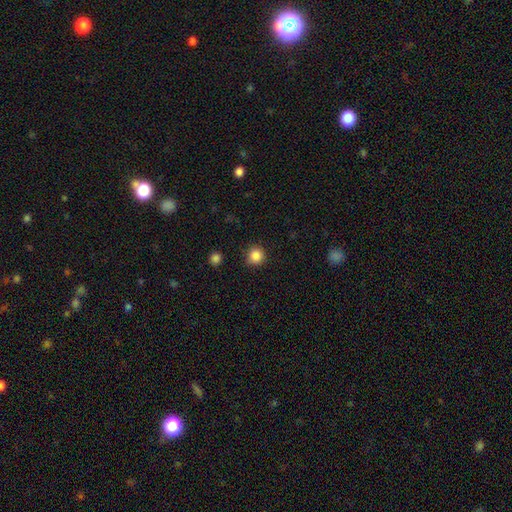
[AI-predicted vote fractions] The model was most divided on "smooth or featured": smooth: 86%, star or artifact: 11%, featured or disk: 4%. More confident: how rounded — round (93%); merging — none (86%).